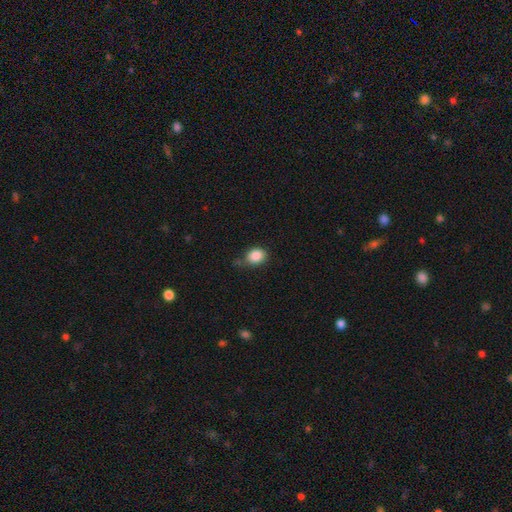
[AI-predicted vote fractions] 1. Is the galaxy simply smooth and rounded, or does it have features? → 87% smooth, 9% star or artifact, 4% featured or disk.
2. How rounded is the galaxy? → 51% in between, 48% round, 1% cigar-shaped.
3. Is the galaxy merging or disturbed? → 64% none, 25% minor disturbance, 6% major disturbance, 5% merger.